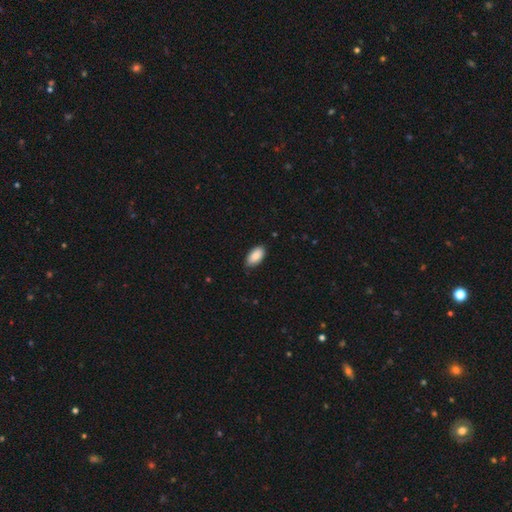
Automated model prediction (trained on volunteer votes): A smooth galaxy with no disk features (88%) that is in between round and cigar-shaped (94%).

Vote fractions:
- Smooth or featured? smooth: 88% / star or artifact: 6% / featured or disk: 6%
- How rounded? in between: 94% / cigar-shaped: 3% / round: 2%
- Merging? none: 83% / minor disturbance: 14% / major disturbance: 2% / merger: 1%